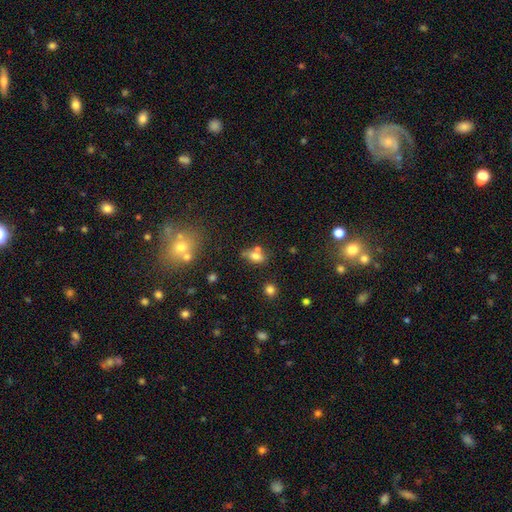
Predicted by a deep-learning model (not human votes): Smooth or featured?
  - smooth: 69% *
  - featured or disk: 17%
  - star or artifact: 14%
How rounded?
  - in between: 74% *
  - round: 20%
  - cigar-shaped: 6%
Merging?
  - none: 45% *
  - merger: 31%
  - minor disturbance: 17%
  - major disturbance: 7%